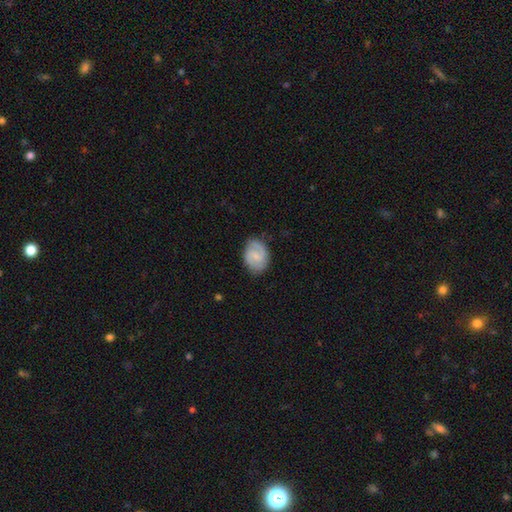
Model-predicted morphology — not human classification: A featured or disk galaxy (70%) with a weak bar (58%), 2 (88%) medium (51%) spiral arms (94%) and a small central bulge (54%).

Vote fractions:
- Smooth or featured? featured or disk: 70% / smooth: 25% / star or artifact: 6%
- Edge-on disk? no: 98% / yes: 2%
- Bar? weak: 58% / no: 28% / strong: 14%
- Spiral arms? yes: 94% / no: 6%
- Spiral winding? medium: 51% / tight: 31% / loose: 19%
- Spiral arm count? 2: 88% / can't tell: 6% / 1: 3% / 3: 2% / 4: 1% / more than 4: 1%
- Bulge size? small: 54% / none: 24% / moderate: 20% / large: 1% / dominant: 1%
- Merging? none: 81% / minor disturbance: 14% / major disturbance: 4% / merger: 1%